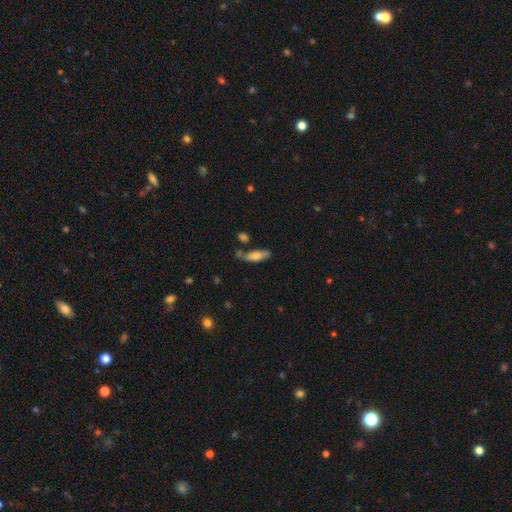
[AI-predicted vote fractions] Smooth or featured?
  - smooth: 70% *
  - featured or disk: 23%
  - star or artifact: 7%
How rounded?
  - in between: 56% *
  - cigar-shaped: 42%
  - round: 2%
Merging?
  - none: 65% *
  - minor disturbance: 19%
  - merger: 11%
  - major disturbance: 5%